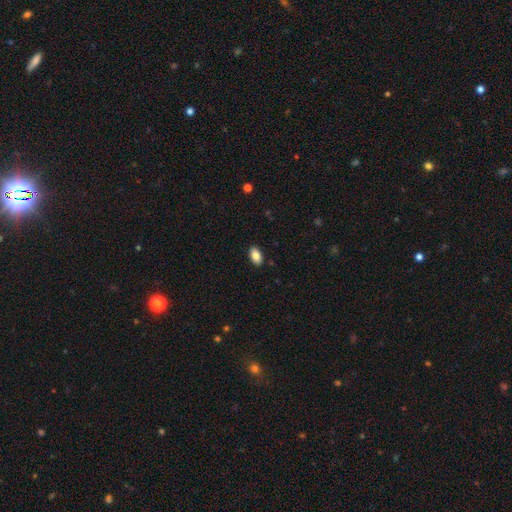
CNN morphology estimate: Smooth or featured: smooth — 84% (featured or disk — 9%)
How rounded: in between — 93% (round — 5%)
Merging: none — 89% (minor disturbance — 8%)